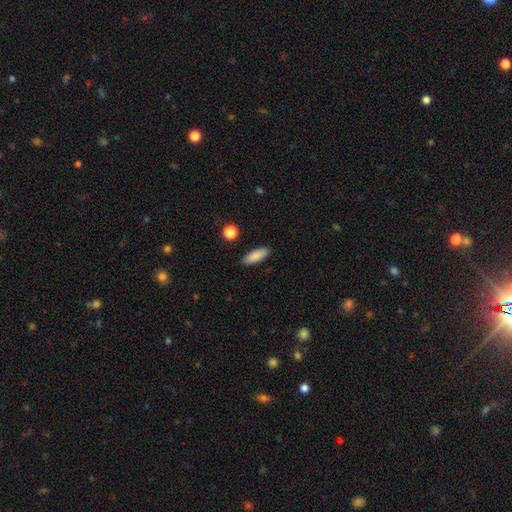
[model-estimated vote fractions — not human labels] Smooth or featured?
  - smooth: 87% *
  - star or artifact: 7%
  - featured or disk: 7%
How rounded?
  - in between: 68% *
  - cigar-shaped: 30%
  - round: 2%
Merging?
  - none: 89% *
  - minor disturbance: 8%
  - major disturbance: 2%
  - merger: 1%